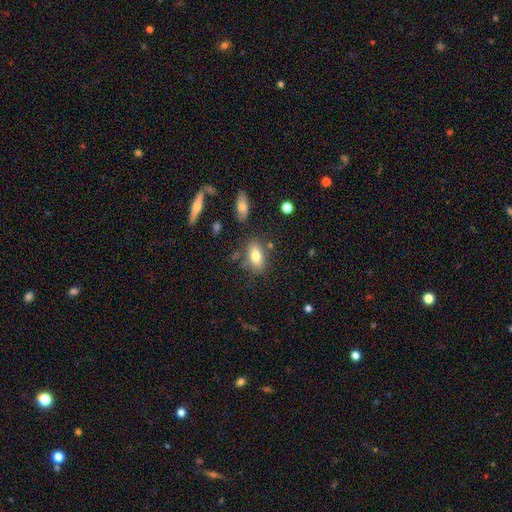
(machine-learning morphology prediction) The model was most divided on "merging": none: 74%, minor disturbance: 15%, merger: 7%, major disturbance: 5%. More confident: how rounded — in between (87%); smooth or featured — smooth (78%).